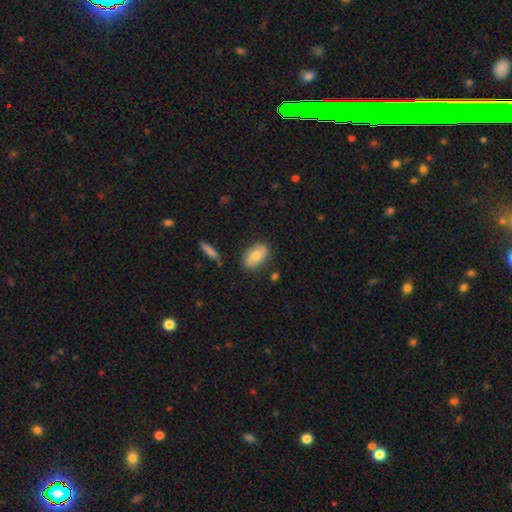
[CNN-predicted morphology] smooth-or-featured: smooth: 74% | featured or disk: 20% | star or artifact: 6%
  how-rounded: in between: 89% | round: 8% | cigar-shaped: 3%
  merging: none: 81% | minor disturbance: 13% | merger: 3% | major disturbance: 3%